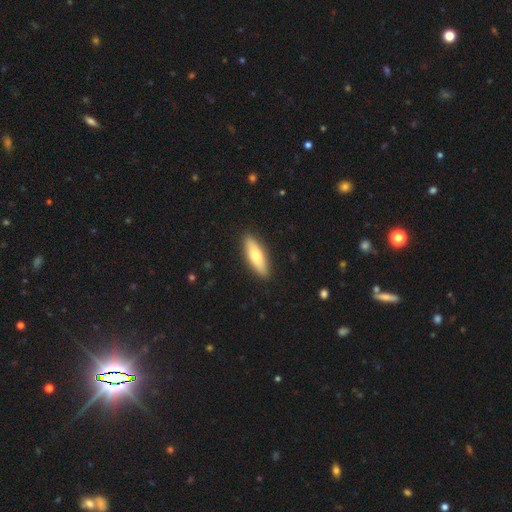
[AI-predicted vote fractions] A smooth galaxy with no disk features (71%) that is cigar-shaped (51%). Merging: none (90%).